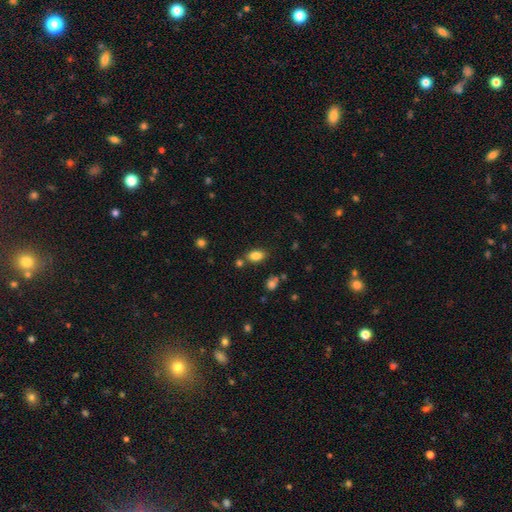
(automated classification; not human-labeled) A smooth galaxy with no disk features (83%) that is in between round and cigar-shaped (87%). Merging: none (74%).